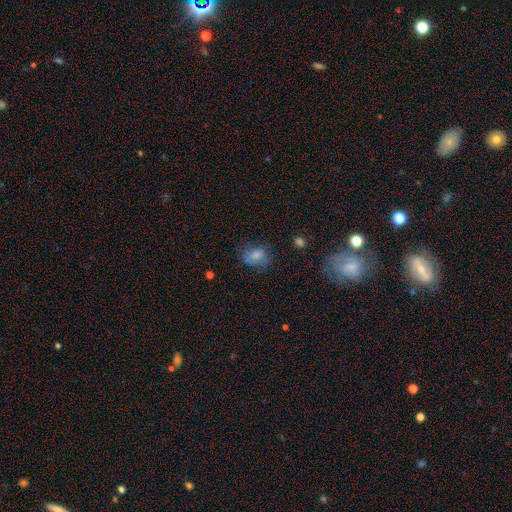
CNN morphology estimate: Smooth or featured: smooth — 73% (featured or disk — 15%)
How rounded: in between — 70% (round — 28%)
Merging: none — 58% (minor disturbance — 25%)